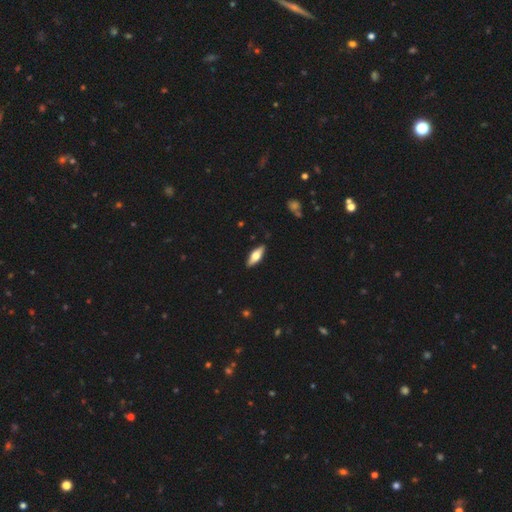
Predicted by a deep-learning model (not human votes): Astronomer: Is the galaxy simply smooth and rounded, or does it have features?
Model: smooth — 54% (runner-up: featured or disk, 40%).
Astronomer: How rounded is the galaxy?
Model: in between — 62%.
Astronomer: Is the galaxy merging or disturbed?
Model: none — 89%.